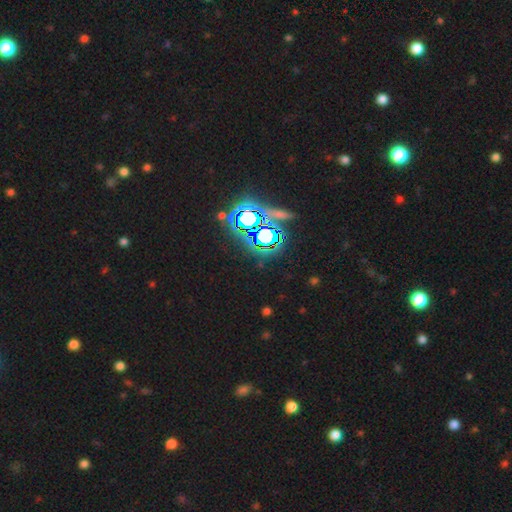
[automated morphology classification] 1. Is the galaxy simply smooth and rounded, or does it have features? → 81% star or artifact, 12% smooth, 7% featured or disk.